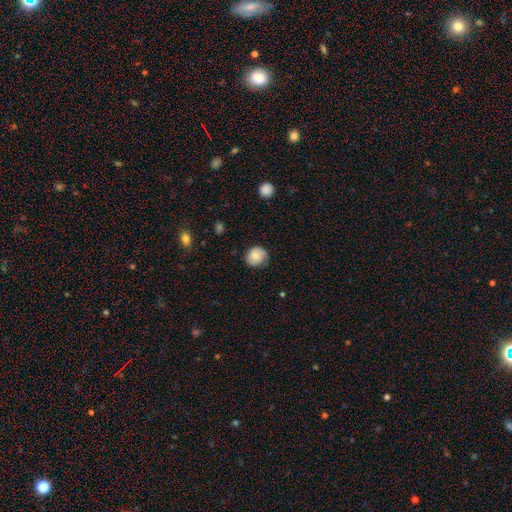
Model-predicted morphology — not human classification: Q: Smooth or featured?
A: smooth (62%); runner-up: featured or disk (30%)
Q: How rounded?
A: round (81%); runner-up: in between (18%)
Q: Merging?
A: none (69%); runner-up: minor disturbance (24%)